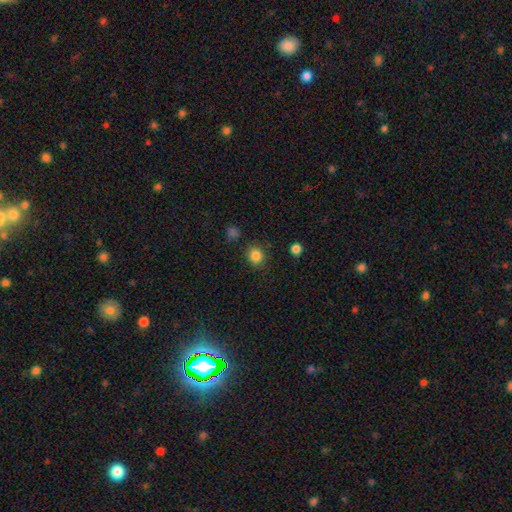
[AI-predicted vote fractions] Smooth or featured: smooth — 85% (star or artifact — 11%)
How rounded: round — 78% (in between — 21%)
Merging: none — 85% (minor disturbance — 9%)